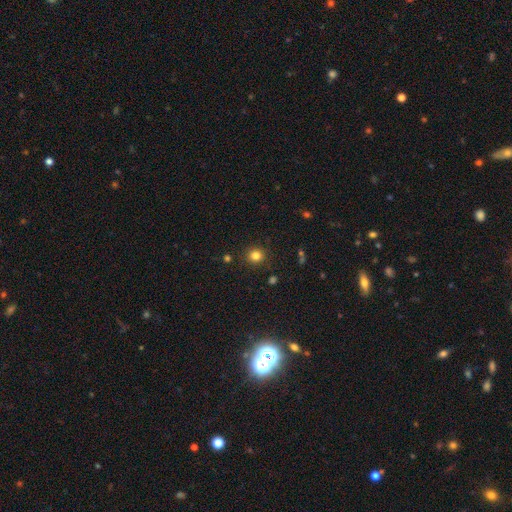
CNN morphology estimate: A smooth galaxy with no disk features (81%) that is round (89%). Merging: none (89%).